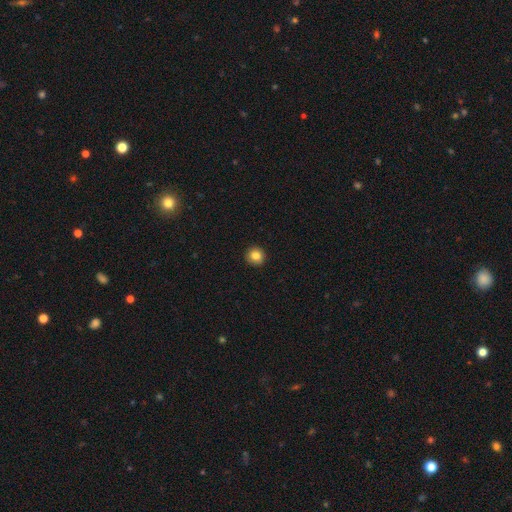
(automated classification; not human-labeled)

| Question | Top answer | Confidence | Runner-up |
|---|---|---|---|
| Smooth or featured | smooth | 83% | star or artifact (10%) |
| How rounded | round | 94% | in between (5%) |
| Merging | none | 93% | minor disturbance (5%) |